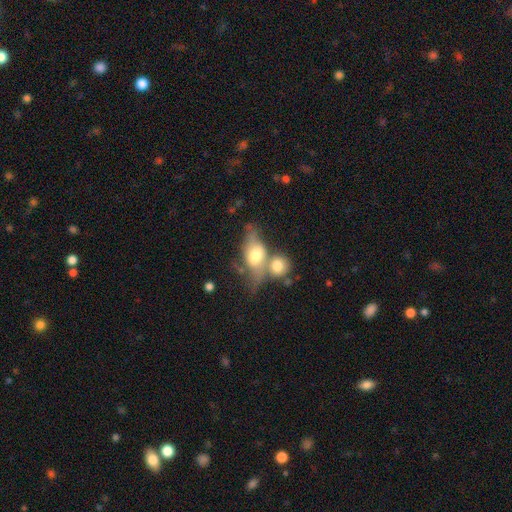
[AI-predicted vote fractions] A smooth galaxy with no disk features (53%) that is in between round and cigar-shaped (76%).

Vote fractions:
- Smooth or featured? smooth: 53% / featured or disk: 39% / star or artifact: 8%
- How rounded? in between: 76% / round: 15% / cigar-shaped: 9%
- Merging? merger: 53% / none: 23% / minor disturbance: 12% / major disturbance: 12%